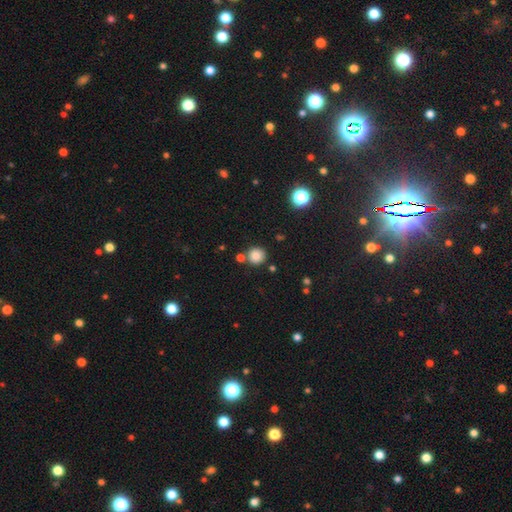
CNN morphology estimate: Overall: smooth (84%). How rounded: round (92%). Merging: none (78%).